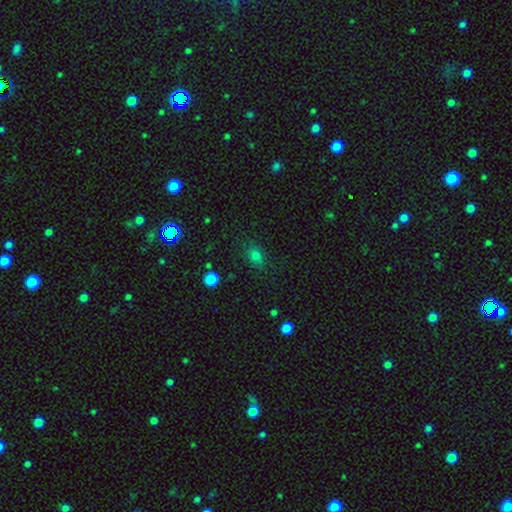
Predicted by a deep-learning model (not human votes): Smooth or featured? Predicted: smooth (p=0.77). How rounded? Predicted: in between (p=0.56). Merging? Predicted: none (p=0.82).